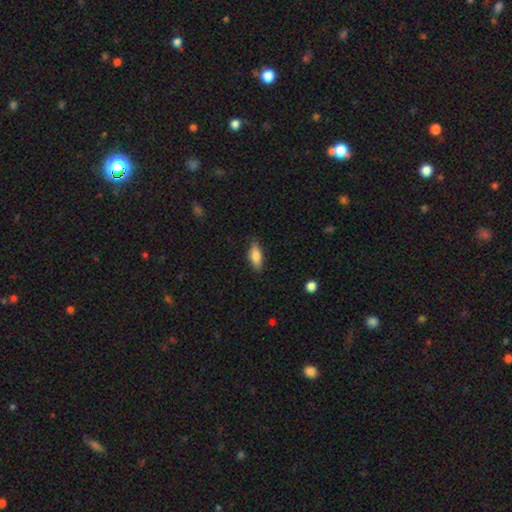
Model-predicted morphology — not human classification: Smooth or featured? smooth (79%)
How rounded? in between (68%)
Merging? none (83%)